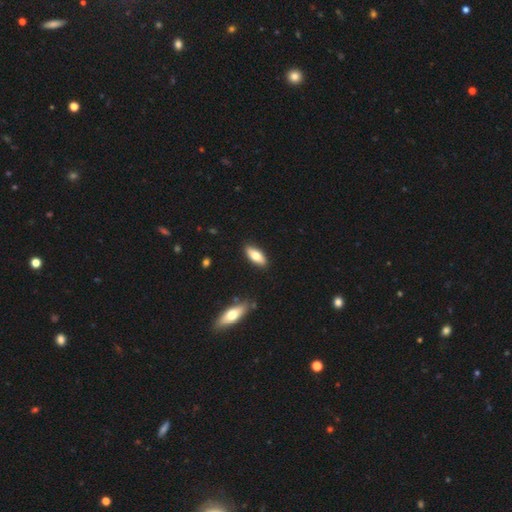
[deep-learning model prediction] smooth 71%, featured or disk 23%, star or artifact 6%. Down the decision tree: how rounded — in between (75%); merging — none (88%).